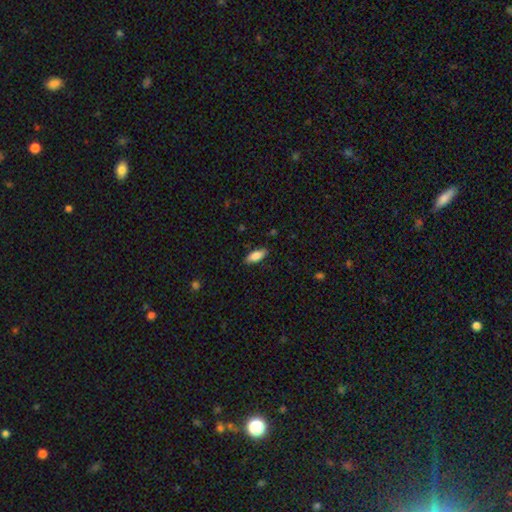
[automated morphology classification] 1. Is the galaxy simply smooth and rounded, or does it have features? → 84% smooth, 10% featured or disk, 6% star or artifact.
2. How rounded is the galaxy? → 76% in between, 22% cigar-shaped, 2% round.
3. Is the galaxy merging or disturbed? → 86% none, 11% minor disturbance, 2% major disturbance, 1% merger.